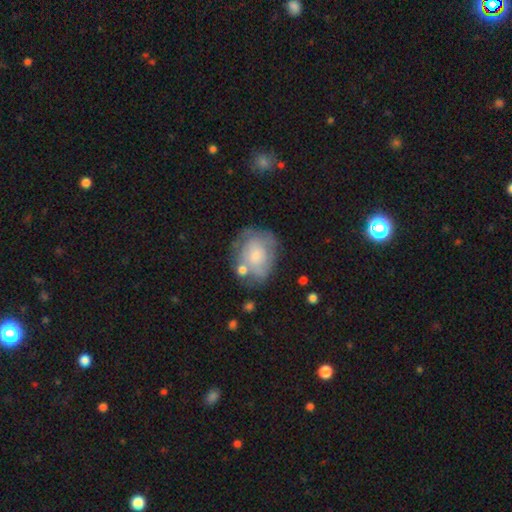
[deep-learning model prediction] Smooth or featured?
  - smooth: 56% *
  - featured or disk: 37%
  - star or artifact: 7%
How rounded?
  - round: 55% *
  - in between: 44%
  - cigar-shaped: 1%
Merging?
  - none: 52% *
  - minor disturbance: 25%
  - major disturbance: 12%
  - merger: 12%